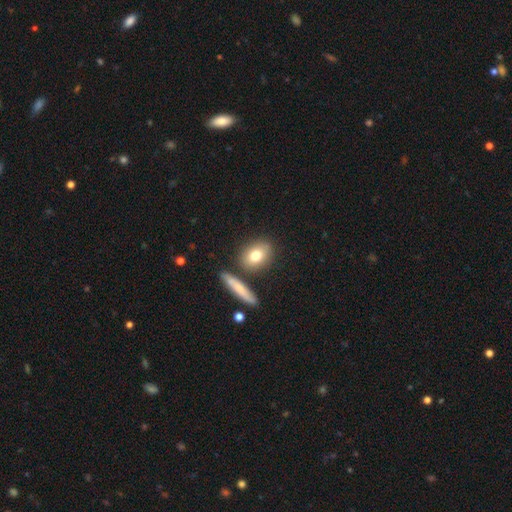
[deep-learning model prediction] Smooth or featured? Predicted: smooth (p=0.77). How rounded? Predicted: in between (p=0.61). Merging? Predicted: none (p=0.77).